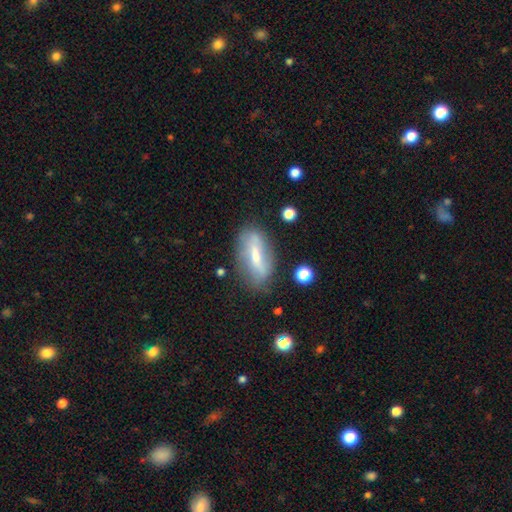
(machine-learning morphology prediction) Smooth or featured: featured or disk — 53% (smooth — 39%)
Edge-on disk: no — 72% (yes — 28%)
Merging: none — 73% (minor disturbance — 18%)